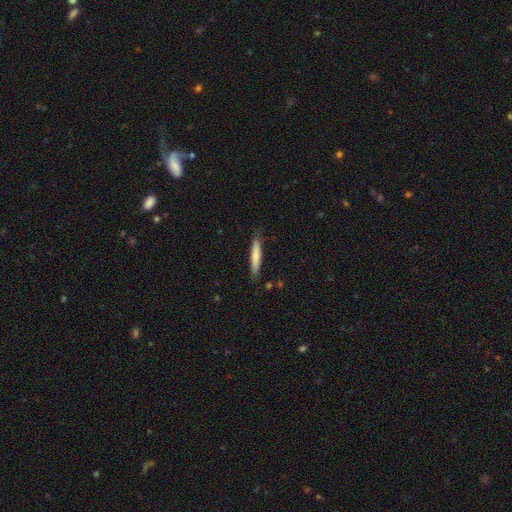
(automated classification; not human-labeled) Morphology: type=smooth (72%); roundness=cigar-shaped (90%); merging=none (82%).